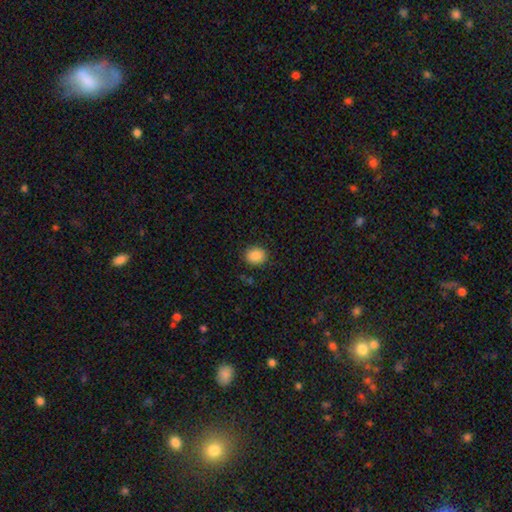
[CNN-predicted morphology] type=smooth (87%); roundness=round (73%); merging=none (88%).